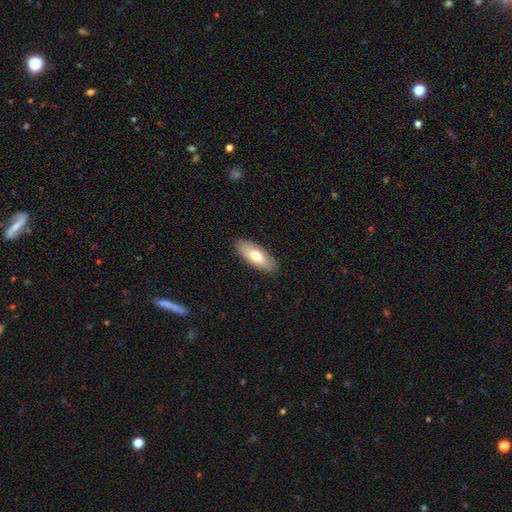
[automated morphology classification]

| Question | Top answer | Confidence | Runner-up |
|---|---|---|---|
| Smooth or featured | smooth | 70% | featured or disk (24%) |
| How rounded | in between | 78% | cigar-shaped (20%) |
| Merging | none | 89% | minor disturbance (8%) |